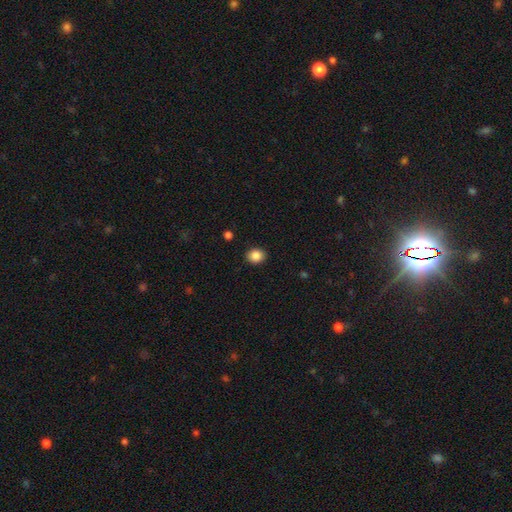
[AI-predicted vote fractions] A smooth galaxy with no disk features (86%) that is round (68%).

Vote fractions:
- Smooth or featured? smooth: 86% / star or artifact: 10% / featured or disk: 4%
- How rounded? round: 68% / in between: 31% / cigar-shaped: 1%
- Merging? none: 91% / minor disturbance: 6% / major disturbance: 2% / merger: 1%